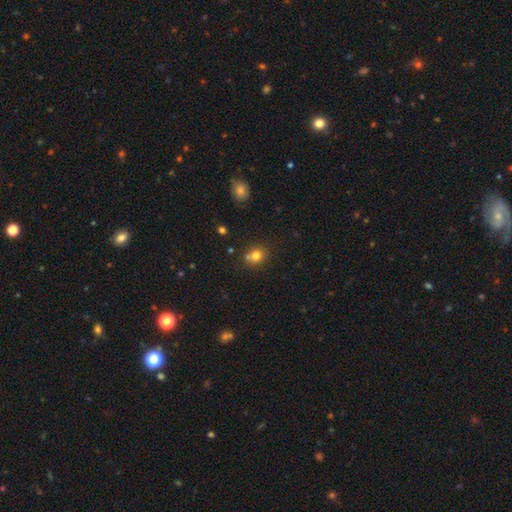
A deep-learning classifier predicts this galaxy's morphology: The model was most divided on "merging": none: 61%, merger: 26%, minor disturbance: 10%, major disturbance: 3%. More confident: how rounded — round (76%); smooth or featured — smooth (76%).